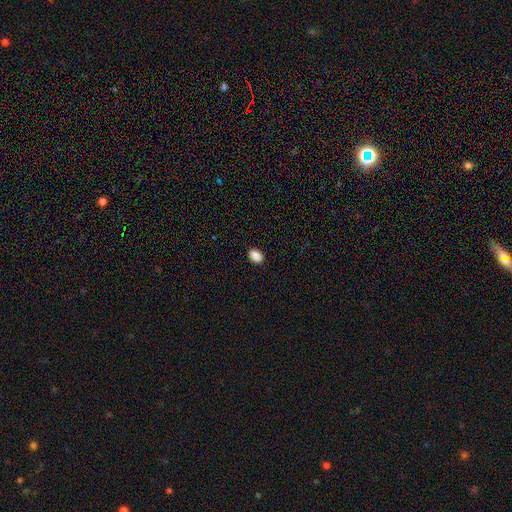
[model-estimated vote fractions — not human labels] smooth-or-featured: smooth: 89% | star or artifact: 8% | featured or disk: 2%
  how-rounded: in between: 83% | round: 16% | cigar-shaped: 1%
  merging: none: 89% | minor disturbance: 8% | major disturbance: 2% | merger: 1%